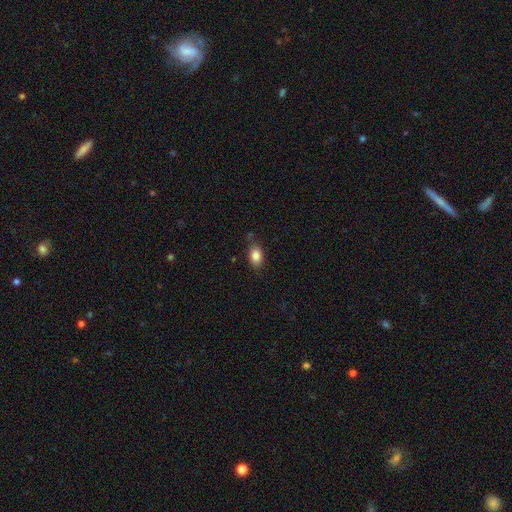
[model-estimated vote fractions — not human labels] Smooth or featured? smooth (84%)
How rounded? in between (82%)
Merging? none (77%)